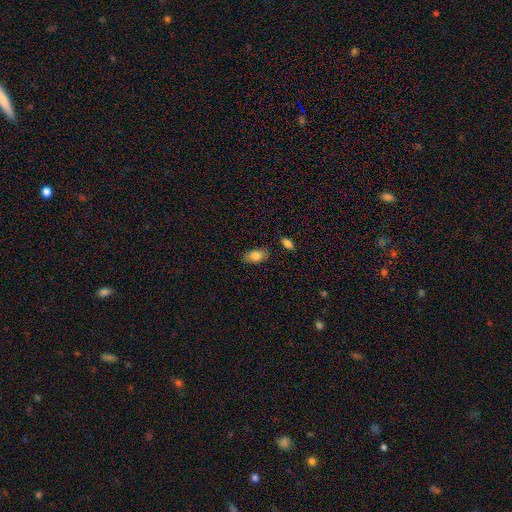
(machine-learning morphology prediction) The model was most divided on "merging": none: 81%, minor disturbance: 14%, major disturbance: 3%, merger: 3%. More confident: how rounded — in between (90%); smooth or featured — smooth (83%).